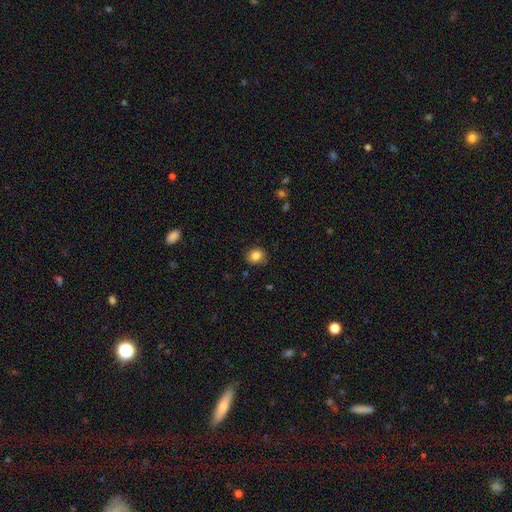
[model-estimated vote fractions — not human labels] smooth 84%, star or artifact 10%, featured or disk 6%. Down the decision tree: how rounded — round (73%); merging — none (84%).